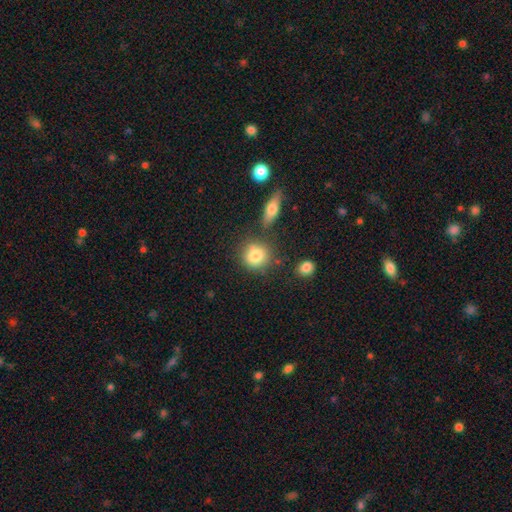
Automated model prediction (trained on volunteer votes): smooth 81%, featured or disk 9%, star or artifact 9%. Down the decision tree: how rounded — round (81%); merging — none (68%).